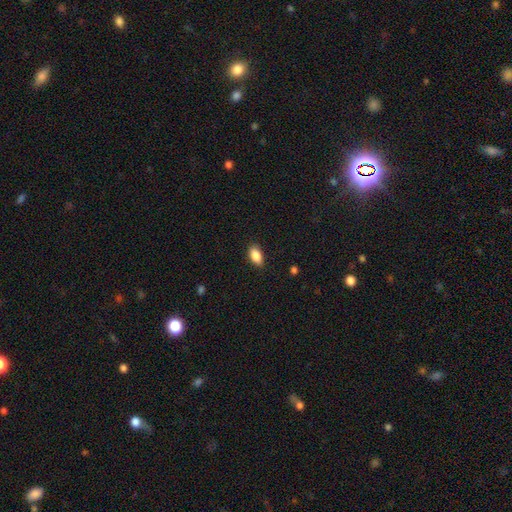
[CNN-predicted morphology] A smooth galaxy with no disk features (87%) that is in between round and cigar-shaped (91%).

Vote fractions:
- Smooth or featured? smooth: 87% / star or artifact: 8% / featured or disk: 5%
- How rounded? in between: 91% / round: 5% / cigar-shaped: 4%
- Merging? none: 85% / minor disturbance: 12% / major disturbance: 2% / merger: 1%